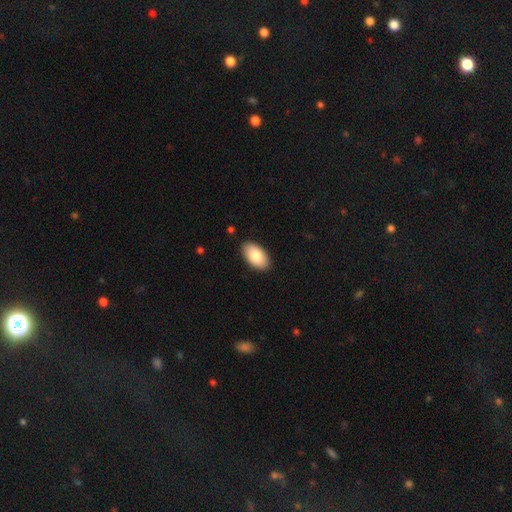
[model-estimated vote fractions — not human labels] Morphology: type=smooth (85%); roundness=in between (96%); merging=none (89%).